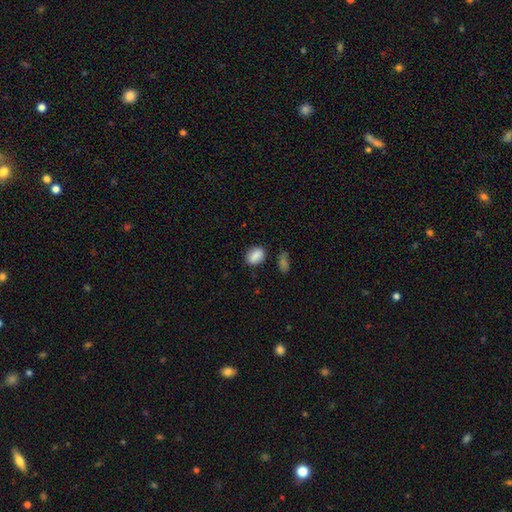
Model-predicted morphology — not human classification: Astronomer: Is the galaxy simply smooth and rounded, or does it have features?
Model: smooth — 85%.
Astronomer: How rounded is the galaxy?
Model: in between — 80%.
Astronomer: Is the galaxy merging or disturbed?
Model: none — 74%.